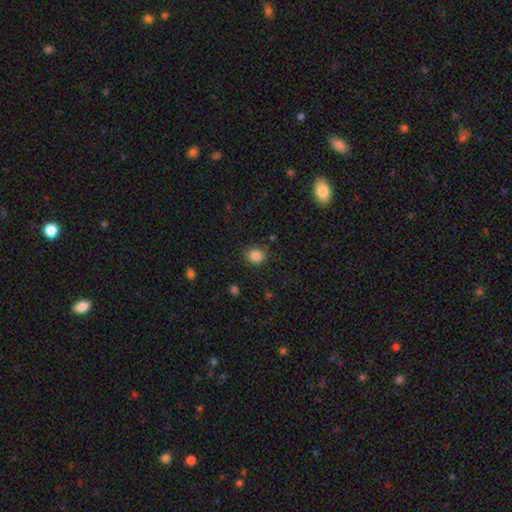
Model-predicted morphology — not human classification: smooth-or-featured: smooth: 85% | star or artifact: 11% | featured or disk: 4%
  how-rounded: round: 68% | in between: 31% | cigar-shaped: 1%
  merging: none: 84% | minor disturbance: 11% | major disturbance: 3% | merger: 2%